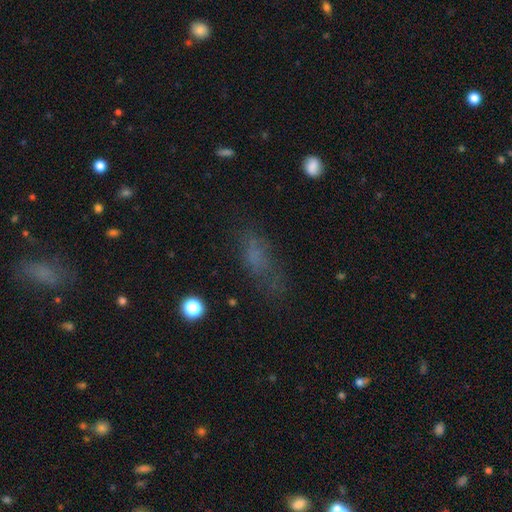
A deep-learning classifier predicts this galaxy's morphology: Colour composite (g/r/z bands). It shows a smooth galaxy with no disk features (60%) that is in between round and cigar-shaped (65%). Merging: none (58%).